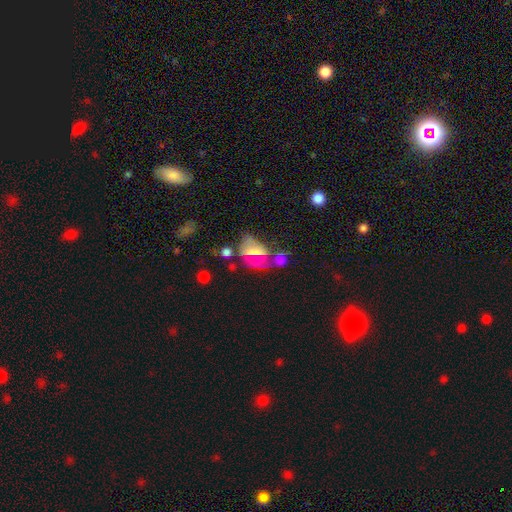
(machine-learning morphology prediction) A smooth galaxy with no disk features (47%).

Vote fractions:
- Smooth or featured? smooth: 47% / star or artifact: 29% / featured or disk: 24%
- Merging? none: 51% / merger: 20% / minor disturbance: 17% / major disturbance: 12%